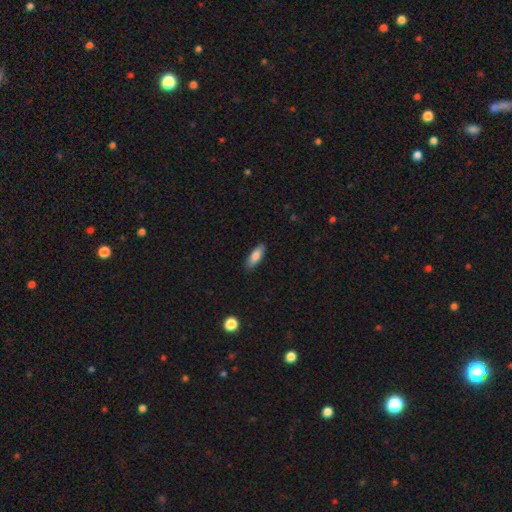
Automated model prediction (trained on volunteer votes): The model was most divided on "how rounded": in between: 62%, cigar-shaped: 36%, round: 2%. More confident: merging — none (87%); smooth or featured — smooth (82%).